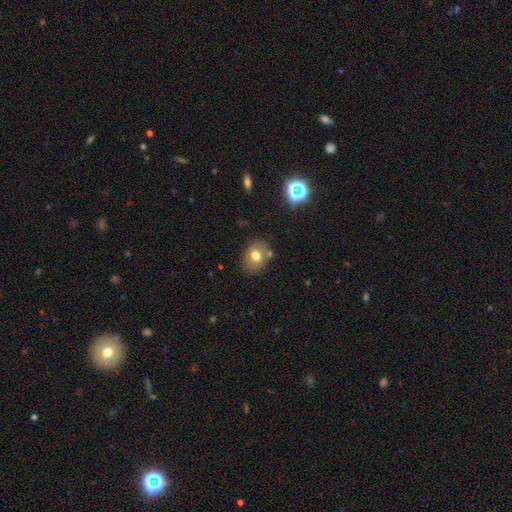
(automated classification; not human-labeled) A smooth galaxy with no disk features (70%) that is in between round and cigar-shaped (57%).

Vote fractions:
- Smooth or featured? smooth: 70% / featured or disk: 19% / star or artifact: 12%
- How rounded? in between: 57% / round: 42% / cigar-shaped: 1%
- Merging? none: 73% / minor disturbance: 15% / merger: 8% / major disturbance: 4%